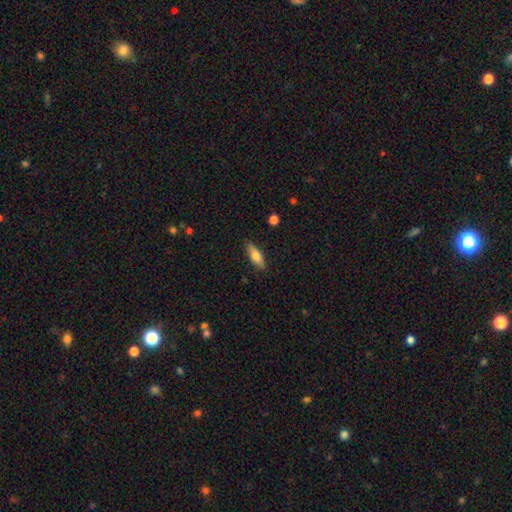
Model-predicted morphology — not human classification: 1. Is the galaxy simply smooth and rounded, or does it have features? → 67% smooth, 27% featured or disk, 6% star or artifact.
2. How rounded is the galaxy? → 55% in between, 42% cigar-shaped, 3% round.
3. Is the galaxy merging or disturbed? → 87% none, 10% minor disturbance, 2% major disturbance, 1% merger.